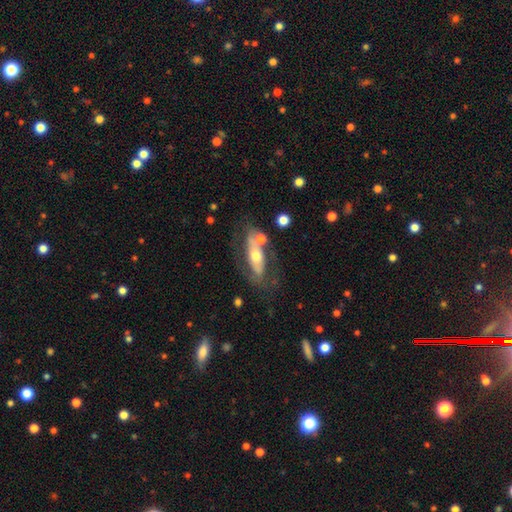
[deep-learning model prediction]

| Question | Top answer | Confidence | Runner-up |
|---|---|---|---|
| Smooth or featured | featured or disk | 57% | smooth (36%) |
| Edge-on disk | no | 71% | yes (29%) |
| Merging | none | 54% | minor disturbance (19%) |